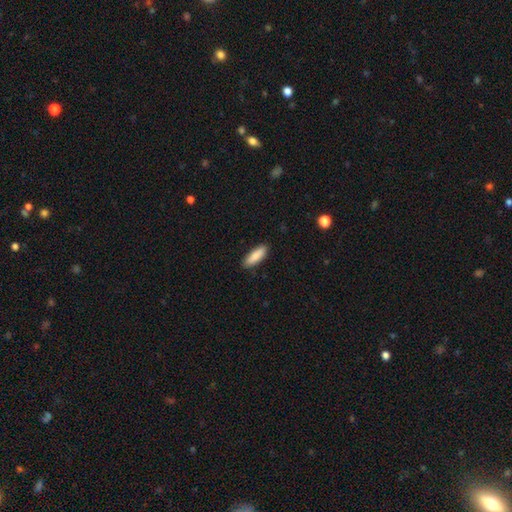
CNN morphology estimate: smooth_or_featured: smooth (p=0.87) [alt: featured or disk p=0.07]
how_rounded: in between (p=0.53) [alt: cigar-shaped p=0.45]
merging: none (p=0.88) [alt: minor disturbance p=0.09]